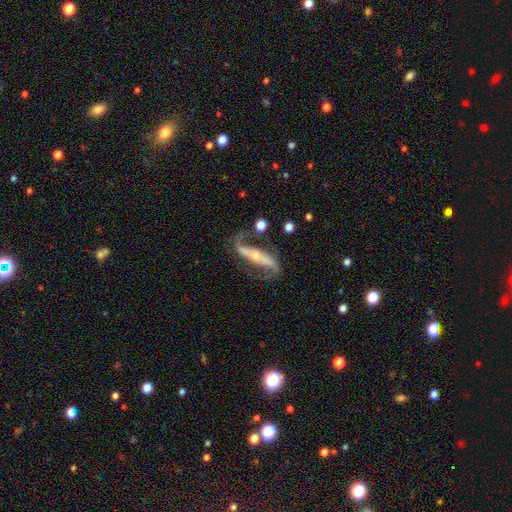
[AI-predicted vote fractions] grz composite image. It shows a featured or disk galaxy (84%) with a strong bar (58%), 2 (89%) loose (65%) spiral arms (90%) and a small central bulge (58%). Merging: none (65%).